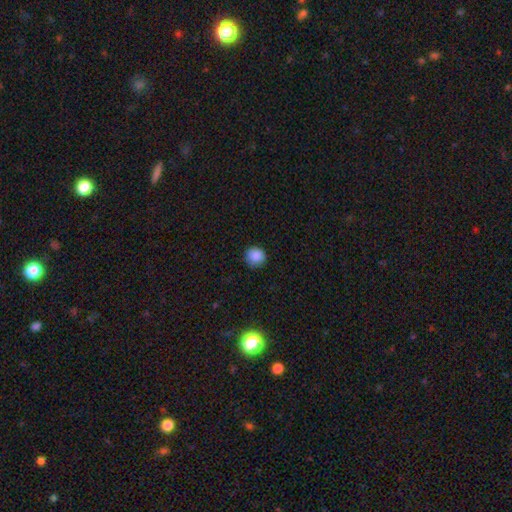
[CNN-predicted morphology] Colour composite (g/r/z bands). It shows a smooth galaxy with no disk features (87%) that is round (91%). Merging: none (84%).